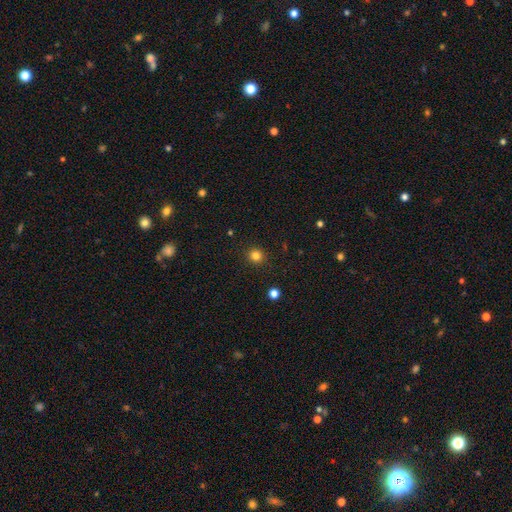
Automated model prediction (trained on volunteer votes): smooth_or_featured: smooth (p=0.82) [alt: star or artifact p=0.14]
how_rounded: round (p=0.92) [alt: in between p=0.07]
merging: none (p=0.91) [alt: minor disturbance p=0.06]